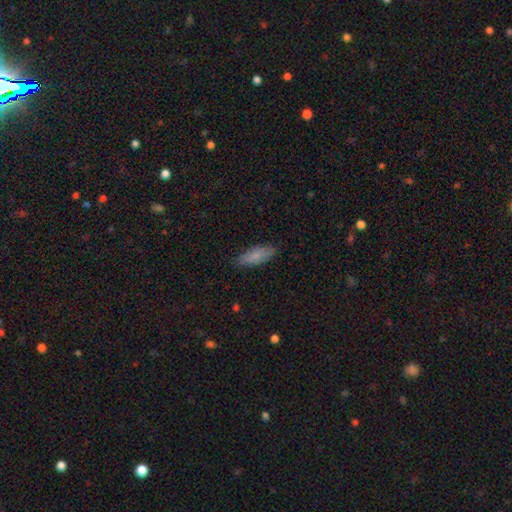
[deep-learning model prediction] The model was most divided on "how rounded": in between: 69%, cigar-shaped: 29%, round: 2%. More confident: merging — none (82%); smooth or featured — smooth (79%).